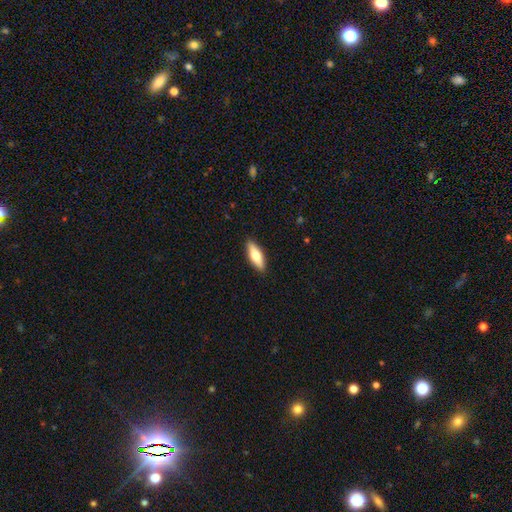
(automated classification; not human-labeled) This appears to be a smooth galaxy with no disk features (67%) that is in between round and cigar-shaped (50%). Merging: none (90%).